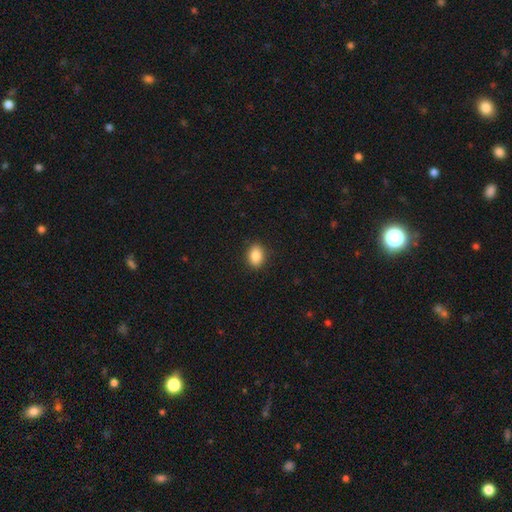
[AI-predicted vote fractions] This appears to be a smooth galaxy with no disk features (87%) that is in between round and cigar-shaped (77%). Merging: none (89%).